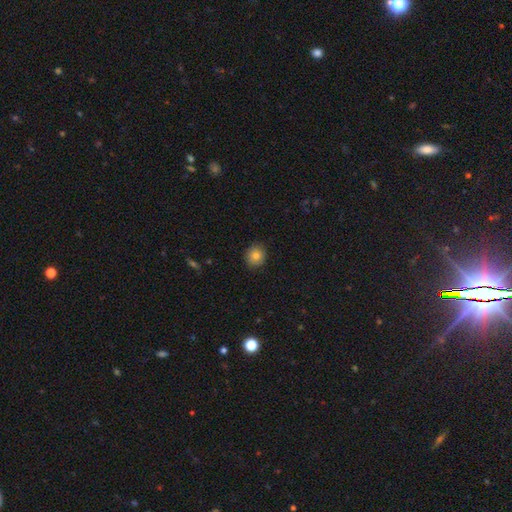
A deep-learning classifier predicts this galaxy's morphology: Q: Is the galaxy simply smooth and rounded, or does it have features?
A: smooth — 80%.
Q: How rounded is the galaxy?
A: round — 84%.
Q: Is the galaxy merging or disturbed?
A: none — 88%.